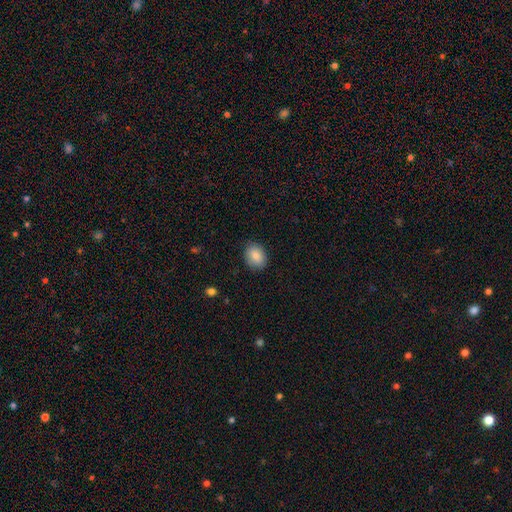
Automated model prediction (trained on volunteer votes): A smooth galaxy with no disk features (86%) that is in between round and cigar-shaped (64%). Merging: none (86%).